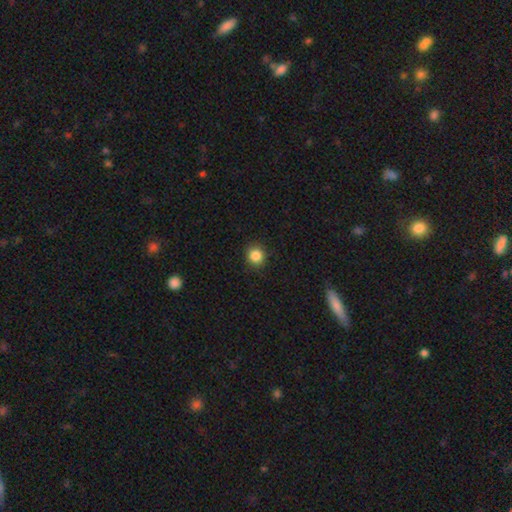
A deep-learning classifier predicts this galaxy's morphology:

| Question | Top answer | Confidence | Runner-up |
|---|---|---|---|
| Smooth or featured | smooth | 86% | star or artifact (11%) |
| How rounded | round | 89% | in between (10%) |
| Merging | none | 90% | minor disturbance (7%) |